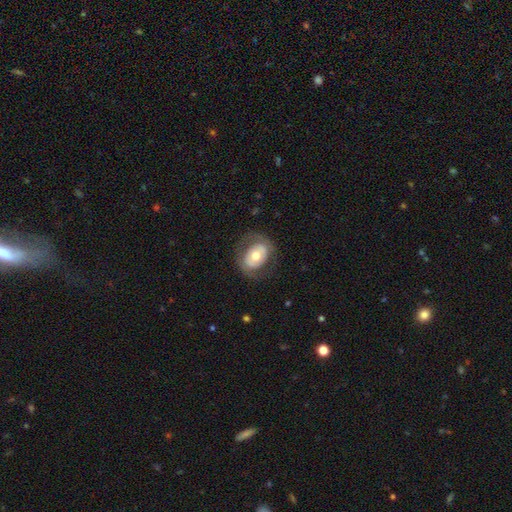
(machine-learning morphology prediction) A featured or disk galaxy (49%). Merging: none (72%).